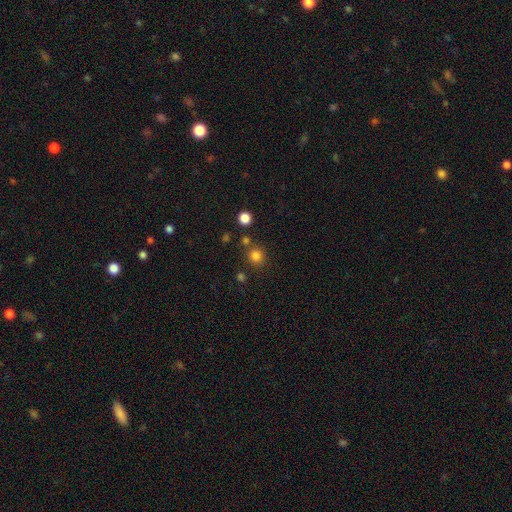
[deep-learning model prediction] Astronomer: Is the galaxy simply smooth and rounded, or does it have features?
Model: smooth — 80%.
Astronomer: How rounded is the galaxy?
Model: round — 91%.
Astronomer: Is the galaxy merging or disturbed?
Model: none — 79%.